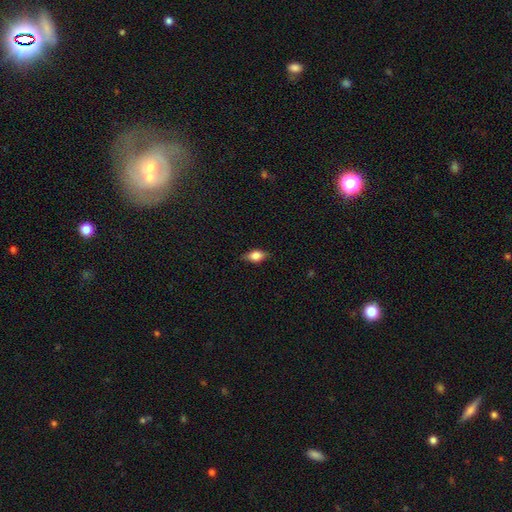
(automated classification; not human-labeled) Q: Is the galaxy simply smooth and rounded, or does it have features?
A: smooth — 75%.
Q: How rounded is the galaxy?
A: in between — 82%.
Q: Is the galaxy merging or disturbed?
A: none — 80%.